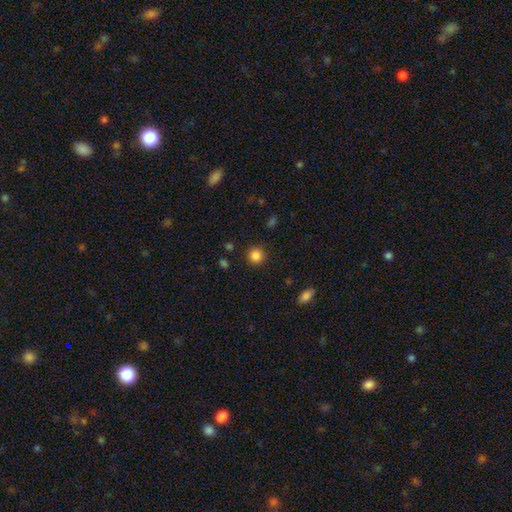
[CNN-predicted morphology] This appears to be a smooth galaxy with no disk features (85%) that is round (93%). Merging: none (91%).